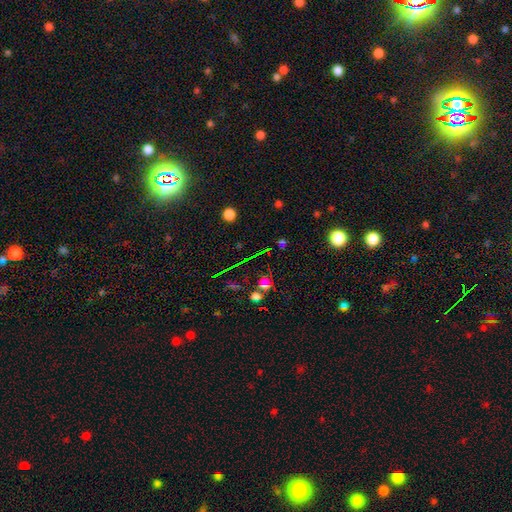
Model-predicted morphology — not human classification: type=star or artifact (65%).